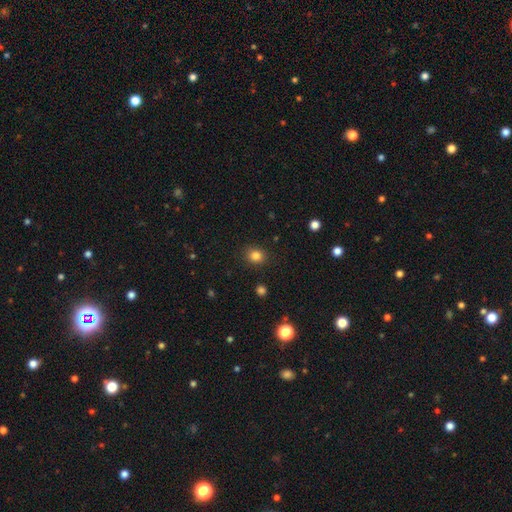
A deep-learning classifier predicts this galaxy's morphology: This is clearly a smooth galaxy (83%). How rounded: likely round (73%). Merging: clearly none (88%).